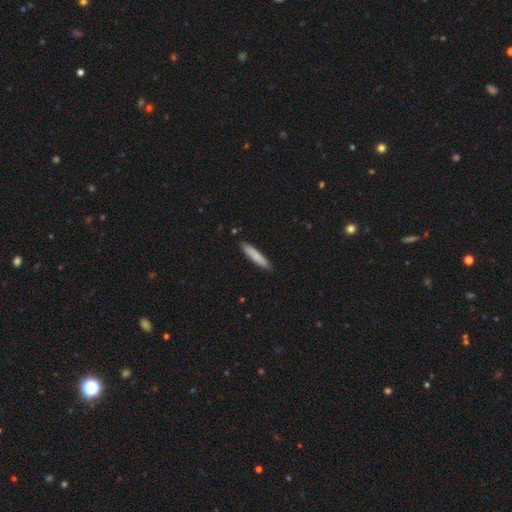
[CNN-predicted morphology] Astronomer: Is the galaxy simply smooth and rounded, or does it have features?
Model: smooth — 79%.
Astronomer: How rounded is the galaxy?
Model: cigar-shaped — 89%.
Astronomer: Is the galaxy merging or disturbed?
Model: none — 89%.